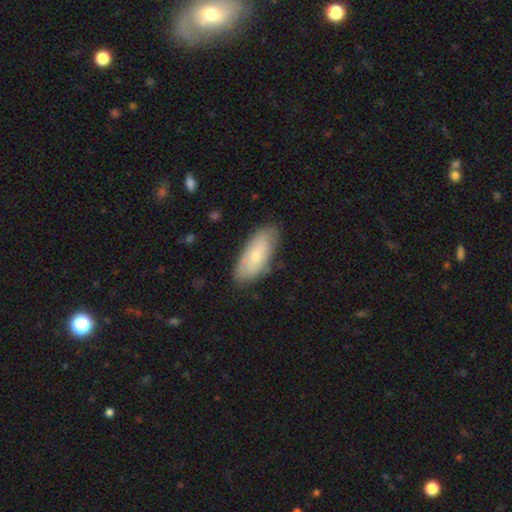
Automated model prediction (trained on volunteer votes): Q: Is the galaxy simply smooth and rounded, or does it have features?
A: smooth — 64%.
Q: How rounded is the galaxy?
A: in between — 85%.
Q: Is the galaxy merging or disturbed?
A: none — 79%.